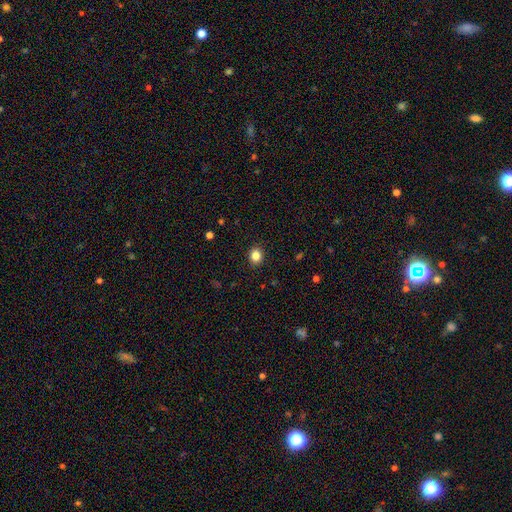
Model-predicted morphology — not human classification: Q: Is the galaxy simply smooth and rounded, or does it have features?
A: smooth — 84%.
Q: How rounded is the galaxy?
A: round — 72%.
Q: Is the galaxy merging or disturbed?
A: none — 91%.